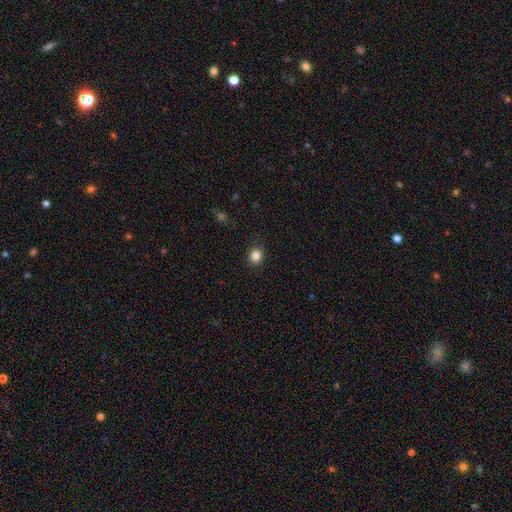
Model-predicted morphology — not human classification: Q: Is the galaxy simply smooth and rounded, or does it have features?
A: smooth — 84%.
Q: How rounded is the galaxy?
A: round — 78%.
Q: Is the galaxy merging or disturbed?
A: none — 90%.